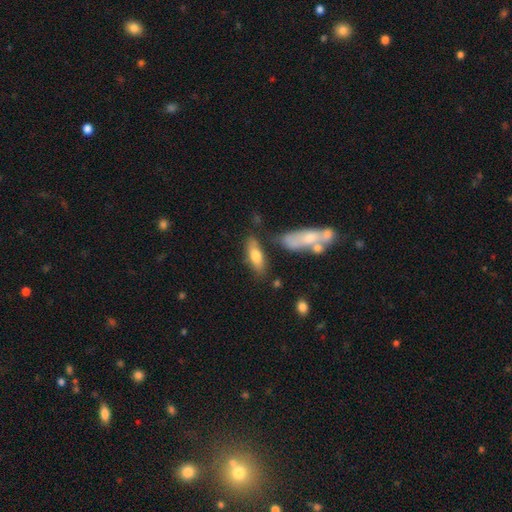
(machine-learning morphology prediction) A smooth galaxy with no disk features (70%) that is in between round and cigar-shaped (64%).

Vote fractions:
- Smooth or featured? smooth: 70% / featured or disk: 23% / star or artifact: 6%
- How rounded? in between: 64% / cigar-shaped: 34% / round: 2%
- Merging? none: 65% / minor disturbance: 16% / merger: 13% / major disturbance: 6%